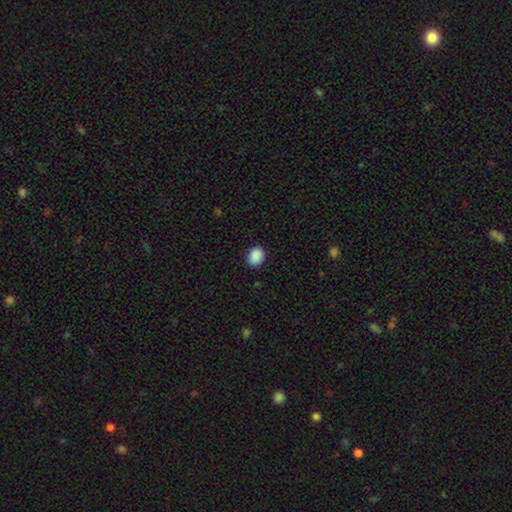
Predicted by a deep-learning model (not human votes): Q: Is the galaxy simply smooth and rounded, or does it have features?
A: smooth — 89%.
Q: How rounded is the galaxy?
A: round — 60%.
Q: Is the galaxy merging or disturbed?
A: none — 89%.